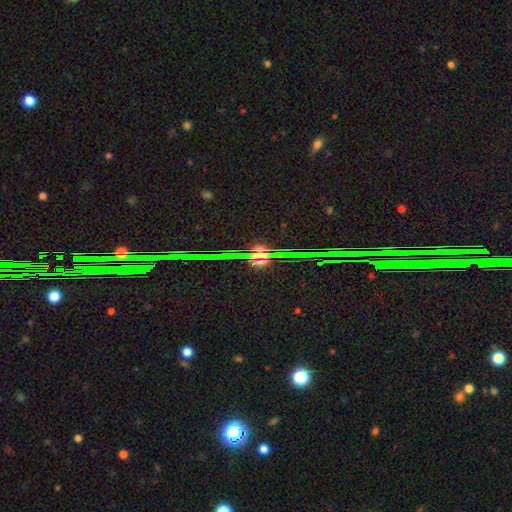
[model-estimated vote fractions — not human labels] This is likely a star or artifact rather than a galaxy (79%).